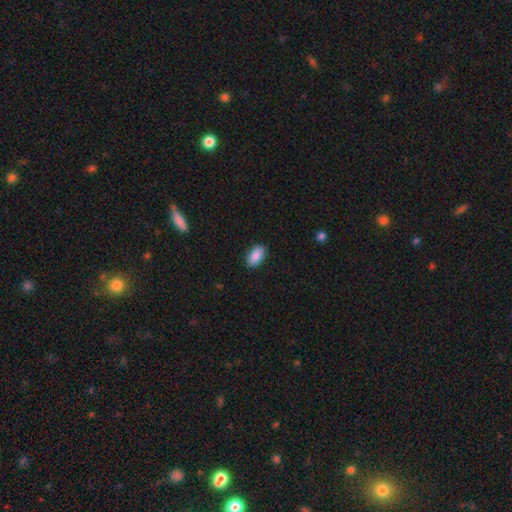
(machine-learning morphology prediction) This appears to be a smooth galaxy with no disk features (89%) that is in between round and cigar-shaped (93%). Merging: none (90%).